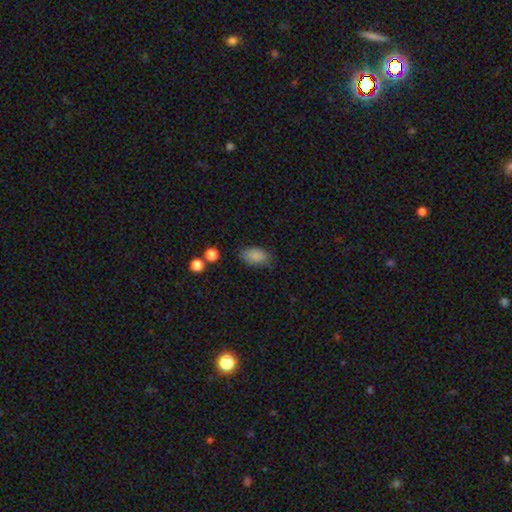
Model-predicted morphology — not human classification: smooth-or-featured: smooth: 85% | star or artifact: 9% | featured or disk: 5%
  how-rounded: in between: 88% | round: 10% | cigar-shaped: 2%
  merging: none: 70% | minor disturbance: 23% | major disturbance: 5% | merger: 2%